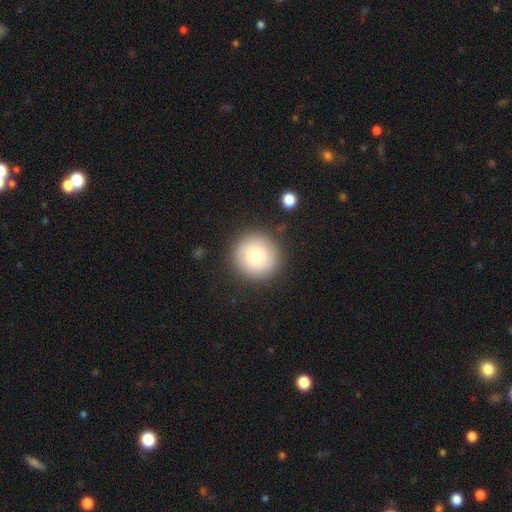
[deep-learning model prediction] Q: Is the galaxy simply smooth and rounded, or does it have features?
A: smooth — 79%.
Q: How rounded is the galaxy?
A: round — 95%.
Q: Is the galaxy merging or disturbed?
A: none — 87%.